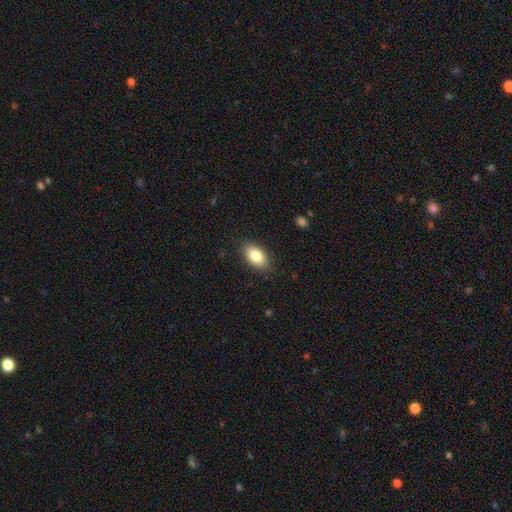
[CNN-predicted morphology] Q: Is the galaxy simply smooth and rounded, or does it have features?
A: smooth — 83%.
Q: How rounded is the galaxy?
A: in between — 92%.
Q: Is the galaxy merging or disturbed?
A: none — 86%.